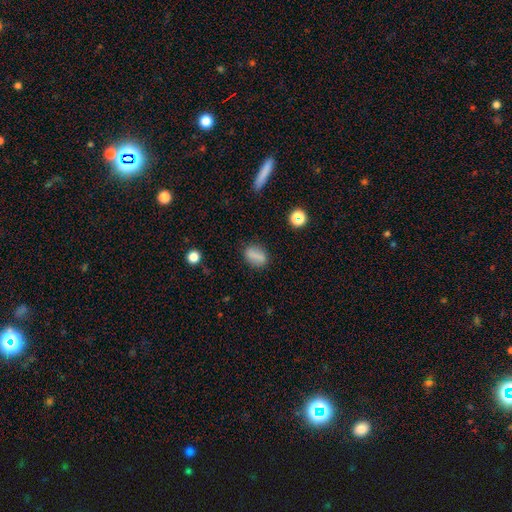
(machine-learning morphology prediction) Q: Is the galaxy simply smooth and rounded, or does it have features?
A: smooth — 76%.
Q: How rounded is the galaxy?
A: in between — 75%.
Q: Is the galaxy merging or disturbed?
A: none — 81%.